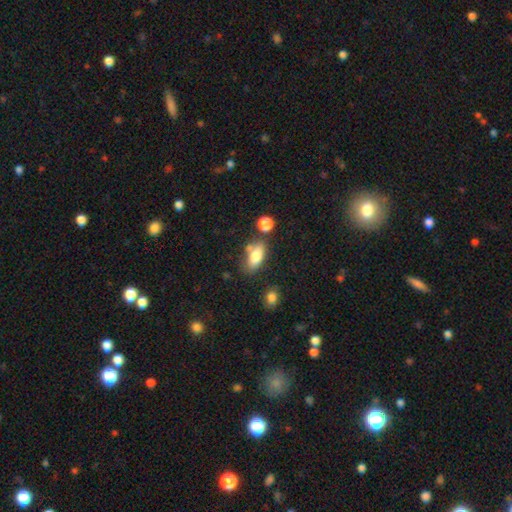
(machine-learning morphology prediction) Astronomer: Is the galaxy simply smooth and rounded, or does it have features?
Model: smooth — 78%.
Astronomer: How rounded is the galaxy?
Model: in between — 83%.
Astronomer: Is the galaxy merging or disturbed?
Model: none — 61%.